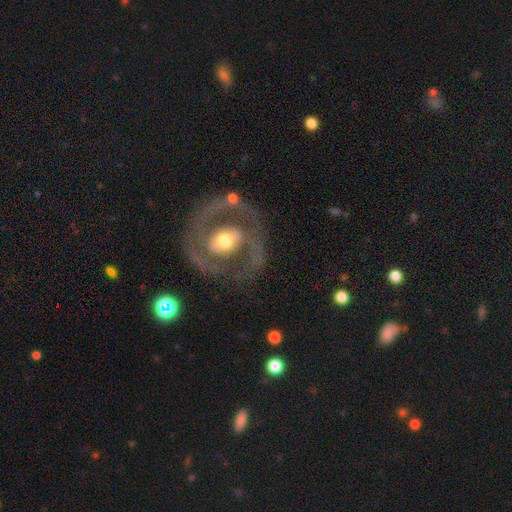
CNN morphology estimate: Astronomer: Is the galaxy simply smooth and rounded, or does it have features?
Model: featured or disk — 82%.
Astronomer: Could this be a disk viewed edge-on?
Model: no — 97%.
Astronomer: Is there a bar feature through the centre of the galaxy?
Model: no — 49% (runner-up: weak, 30%).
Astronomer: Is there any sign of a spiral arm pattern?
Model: yes — 72%.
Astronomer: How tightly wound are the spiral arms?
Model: medium — 43%, tied with tight at 43%.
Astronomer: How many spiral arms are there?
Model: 2 — 77%.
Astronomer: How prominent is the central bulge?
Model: moderate — 64%.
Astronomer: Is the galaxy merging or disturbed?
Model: none — 75%.